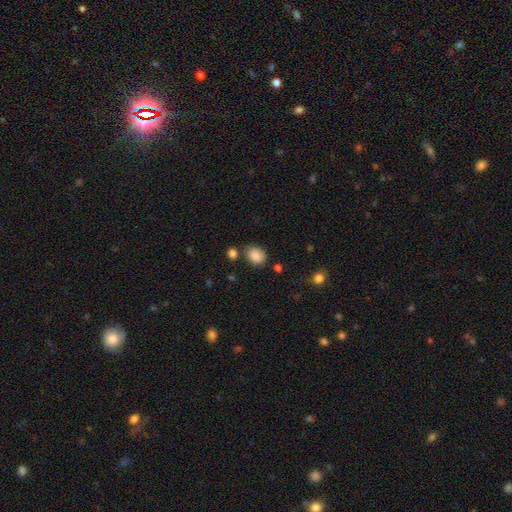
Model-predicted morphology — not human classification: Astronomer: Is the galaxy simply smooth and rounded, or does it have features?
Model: smooth — 87%.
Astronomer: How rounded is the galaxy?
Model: in between — 58% (runner-up: round, 41%).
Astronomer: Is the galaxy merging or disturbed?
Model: none — 73%.